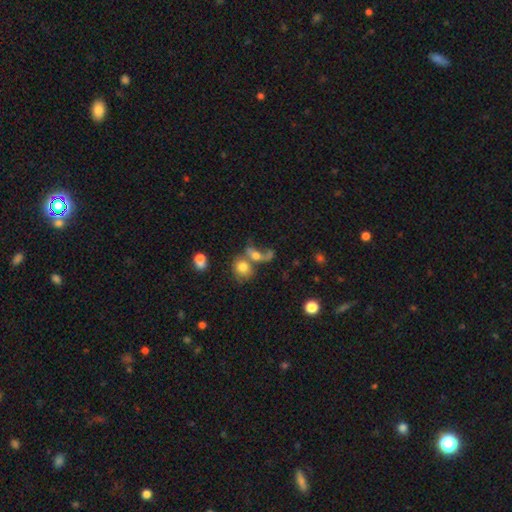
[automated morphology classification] A smooth galaxy with no disk features (52%) that is round (63%).

Vote fractions:
- Smooth or featured? smooth: 52% / star or artifact: 27% / featured or disk: 21%
- How rounded? round: 63% / in between: 32% / cigar-shaped: 5%
- Merging? none: 43% / merger: 41% / minor disturbance: 9% / major disturbance: 7%